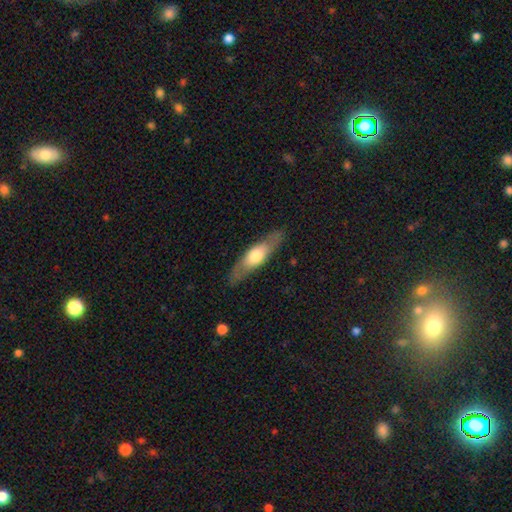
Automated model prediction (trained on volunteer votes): Smooth or featured: smooth — 49% (featured or disk — 46%)
Merging: none — 84% (minor disturbance — 11%)